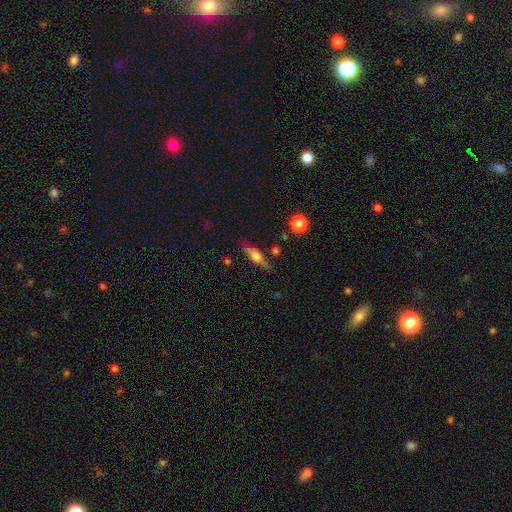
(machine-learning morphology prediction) Smooth or featured? smooth (48%)
Merging? none (75%)